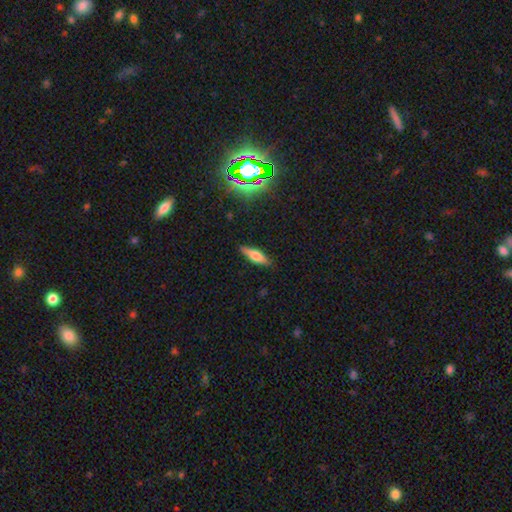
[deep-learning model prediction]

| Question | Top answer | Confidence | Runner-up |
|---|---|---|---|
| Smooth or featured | smooth | 53% | featured or disk (37%) |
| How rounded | cigar-shaped | 58% | in between (40%) |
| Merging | none | 85% | minor disturbance (11%) |